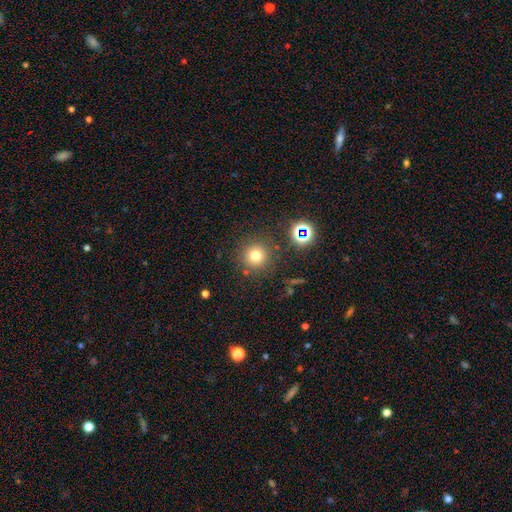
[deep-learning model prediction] This appears to be a smooth galaxy with no disk features (73%) that is round (95%). Merging: none (85%).